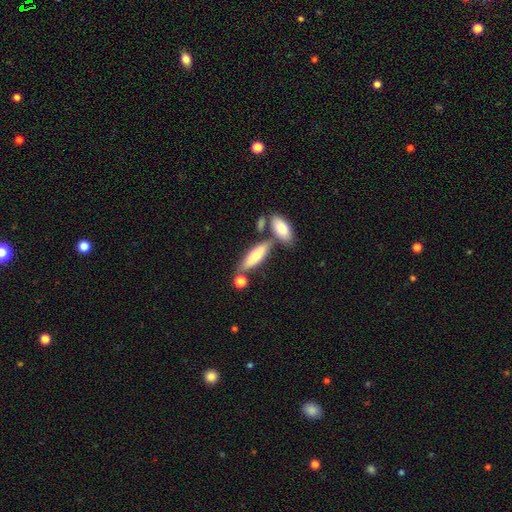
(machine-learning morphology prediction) smooth 68%, featured or disk 26%, star or artifact 6%. Down the decision tree: how rounded — cigar-shaped (54%); merging — none (59%).